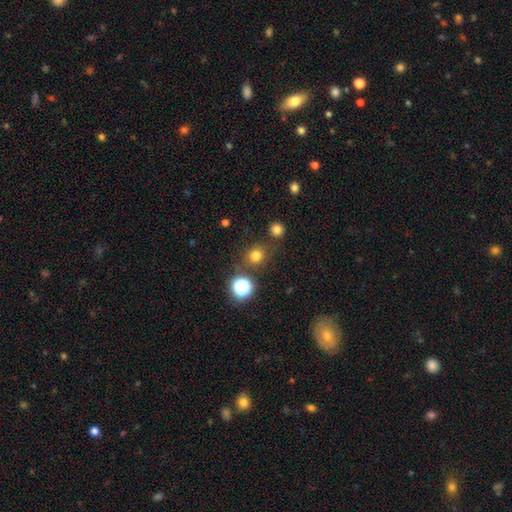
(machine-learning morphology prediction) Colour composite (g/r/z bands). It shows a smooth galaxy with no disk features (74%) that is round (87%). Merging: none (80%).